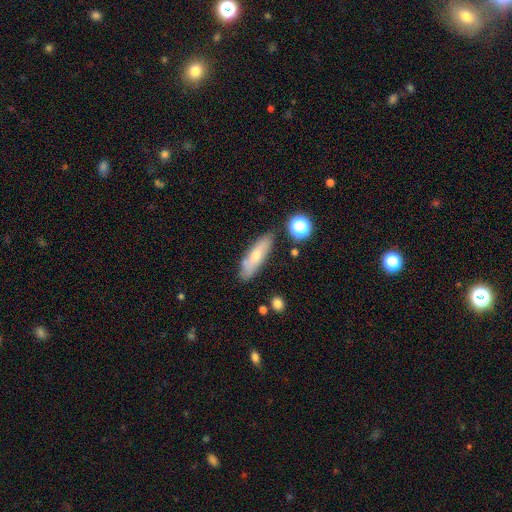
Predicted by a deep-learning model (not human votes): smooth-or-featured: smooth: 61% | featured or disk: 31% | star or artifact: 8%
  how-rounded: cigar-shaped: 57% | in between: 40% | round: 3%
  merging: none: 75% | minor disturbance: 16% | merger: 6% | major disturbance: 4%